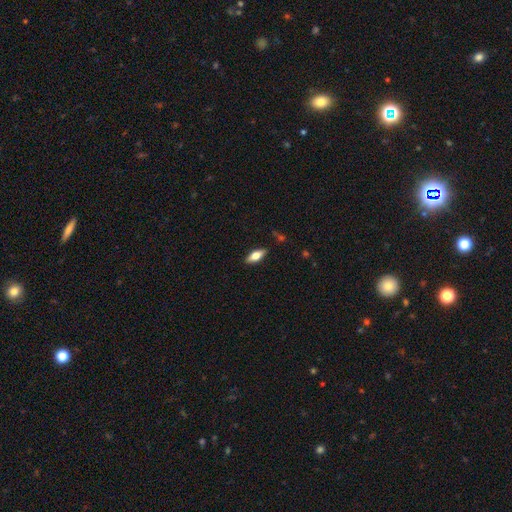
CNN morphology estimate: Smooth or featured? Predicted: smooth (p=0.61). How rounded? Predicted: in between (p=0.74). Merging? Predicted: none (p=0.87).